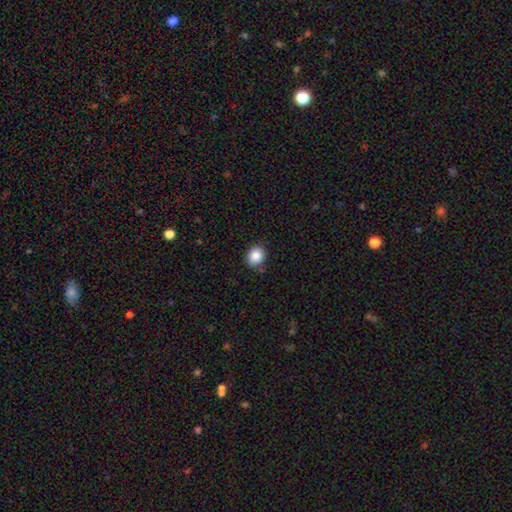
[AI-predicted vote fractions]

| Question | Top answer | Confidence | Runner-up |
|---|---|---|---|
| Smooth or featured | smooth | 86% | star or artifact (9%) |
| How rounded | round | 64% | in between (36%) |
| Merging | none | 83% | minor disturbance (12%) |